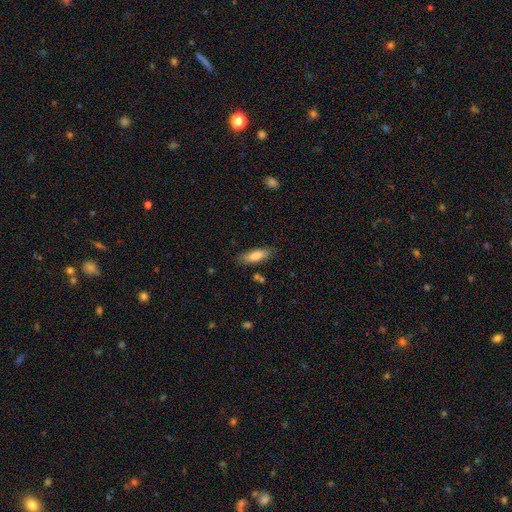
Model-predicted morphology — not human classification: Q: Smooth or featured?
A: smooth (81%); runner-up: featured or disk (13%)
Q: How rounded?
A: in between (63%); runner-up: cigar-shaped (35%)
Q: Merging?
A: none (79%); runner-up: minor disturbance (15%)